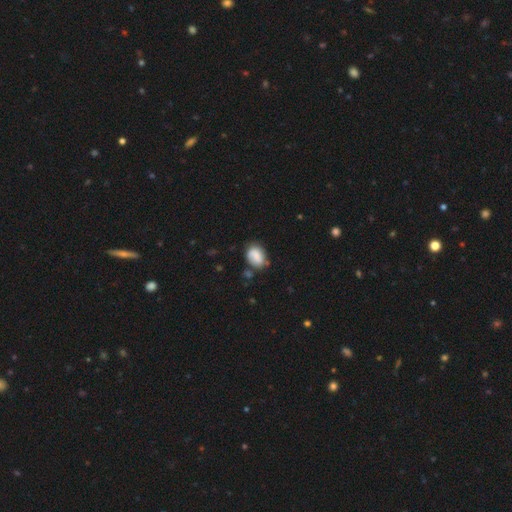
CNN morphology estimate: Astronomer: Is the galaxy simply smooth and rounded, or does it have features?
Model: smooth — 80%.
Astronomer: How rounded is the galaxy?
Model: in between — 74%.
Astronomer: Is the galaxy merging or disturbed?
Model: none — 59%.